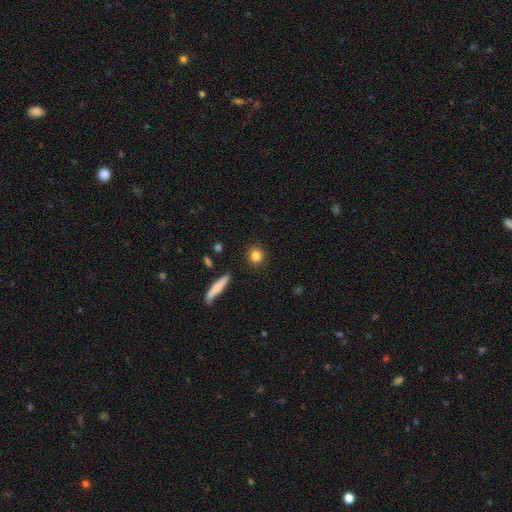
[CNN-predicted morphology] Smooth or featured: smooth — 83% (star or artifact — 9%)
How rounded: round — 84% (in between — 13%)
Merging: none — 90% (minor disturbance — 6%)